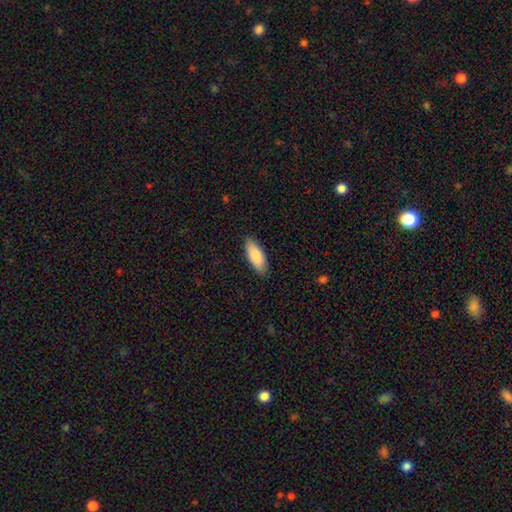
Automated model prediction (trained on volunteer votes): Q: Smooth or featured?
A: smooth (87%); runner-up: featured or disk (8%)
Q: How rounded?
A: in between (75%); runner-up: cigar-shaped (23%)
Q: Merging?
A: none (87%); runner-up: minor disturbance (10%)